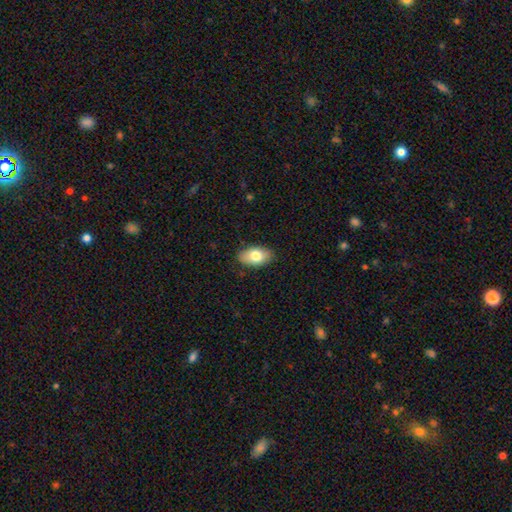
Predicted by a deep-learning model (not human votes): Q: Smooth or featured?
A: smooth (77%); runner-up: featured or disk (16%)
Q: How rounded?
A: in between (92%); runner-up: round (6%)
Q: Merging?
A: none (86%); runner-up: minor disturbance (11%)